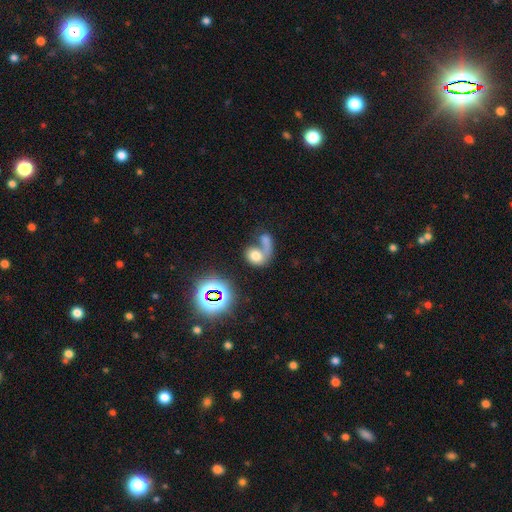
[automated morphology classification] type=smooth (59%); roundness=in between (54%); merging=merger (52%).